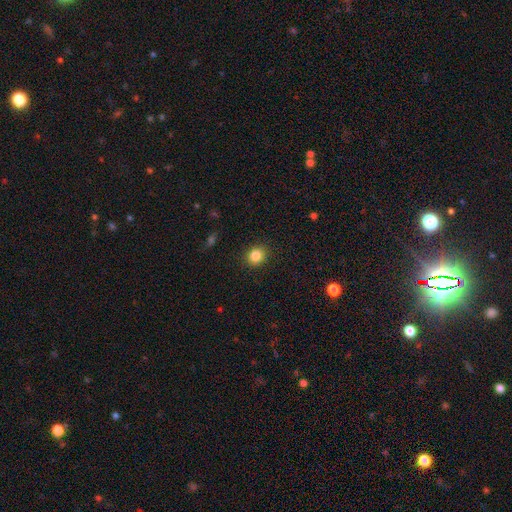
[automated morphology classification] smooth-or-featured: smooth: 85% | star or artifact: 10% | featured or disk: 5%
  how-rounded: round: 77% | in between: 22% | cigar-shaped: 1%
  merging: none: 89% | minor disturbance: 8% | major disturbance: 2% | merger: 1%